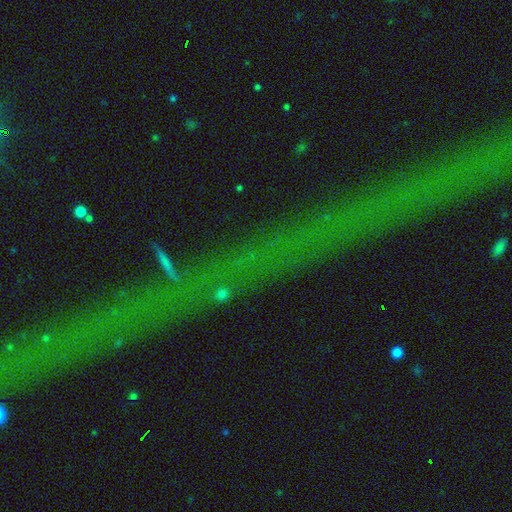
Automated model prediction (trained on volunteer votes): Morphology: type=star or artifact (75%).